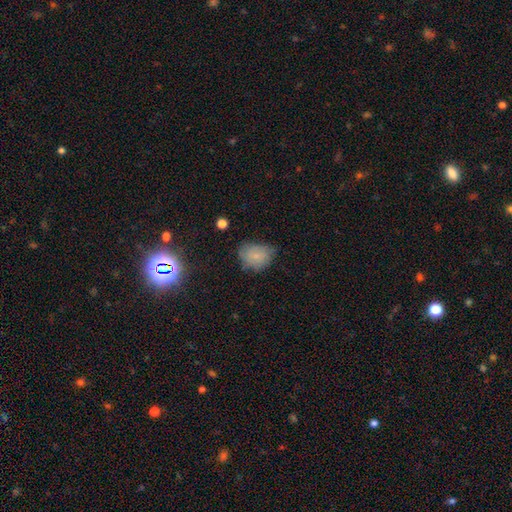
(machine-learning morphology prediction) A smooth galaxy with no disk features (74%) that is in between round and cigar-shaped (55%).

Vote fractions:
- Smooth or featured? smooth: 74% / featured or disk: 14% / star or artifact: 12%
- How rounded? in between: 55% / round: 44% / cigar-shaped: 1%
- Merging? none: 55% / minor disturbance: 34% / major disturbance: 9% / merger: 2%